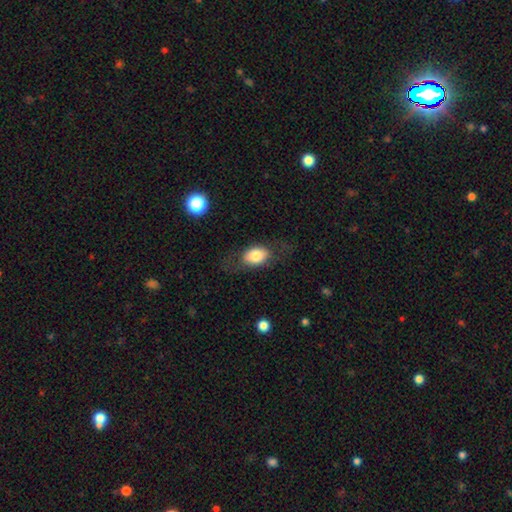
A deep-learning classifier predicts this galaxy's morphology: smooth 75%, featured or disk 18%, star or artifact 7%. Down the decision tree: how rounded — in between (81%); merging — none (70%).